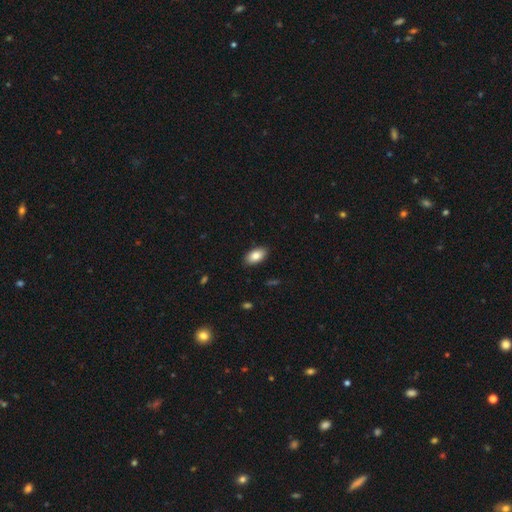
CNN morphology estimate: A smooth galaxy with no disk features (84%) that is in between round and cigar-shaped (94%).

Vote fractions:
- Smooth or featured? smooth: 84% / featured or disk: 9% / star or artifact: 7%
- How rounded? in between: 94% / round: 4% / cigar-shaped: 2%
- Merging? none: 89% / minor disturbance: 8% / major disturbance: 2% / merger: 1%